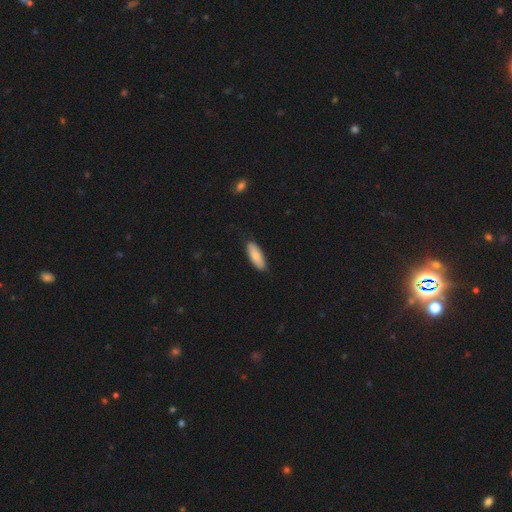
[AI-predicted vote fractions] smooth 83%, featured or disk 11%, star or artifact 5%. Down the decision tree: how rounded — in between (67%); merging — none (87%).